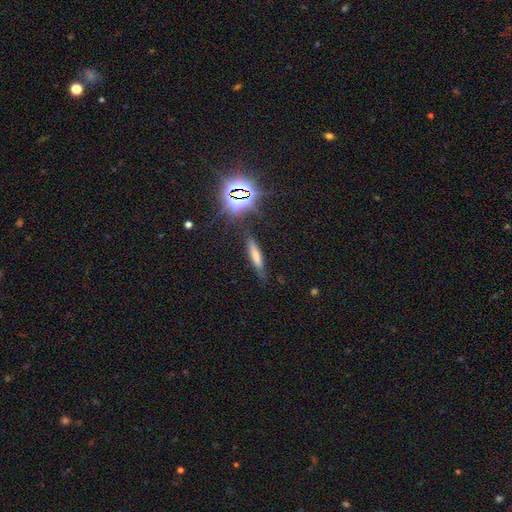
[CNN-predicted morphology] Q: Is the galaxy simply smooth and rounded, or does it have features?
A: smooth — 62%.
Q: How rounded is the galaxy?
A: cigar-shaped — 82%.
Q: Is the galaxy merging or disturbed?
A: none — 78%.